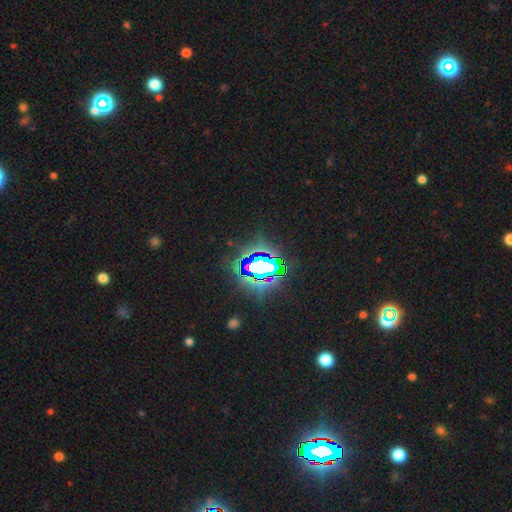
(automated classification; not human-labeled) Smooth or featured? Predicted: star or artifact (p=0.76).